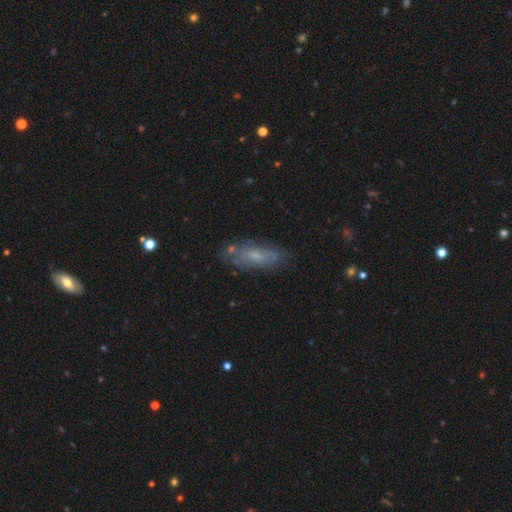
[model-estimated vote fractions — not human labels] Smooth or featured? smooth (55%)
How rounded? in between (62%)
Merging? none (70%)